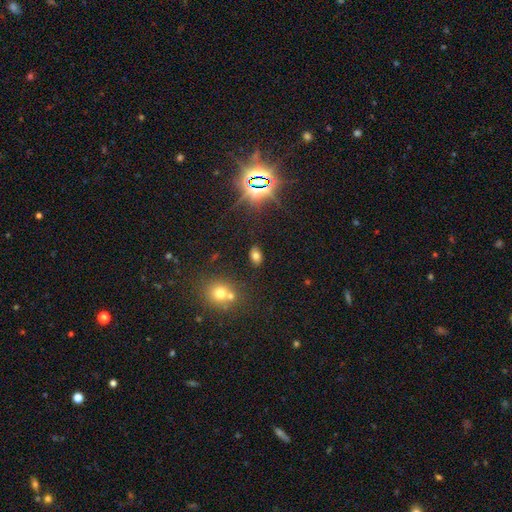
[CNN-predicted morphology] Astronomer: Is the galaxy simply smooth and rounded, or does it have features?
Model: smooth — 66%.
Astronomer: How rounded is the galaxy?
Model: in between — 86%.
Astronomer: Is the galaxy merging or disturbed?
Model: none — 83%.